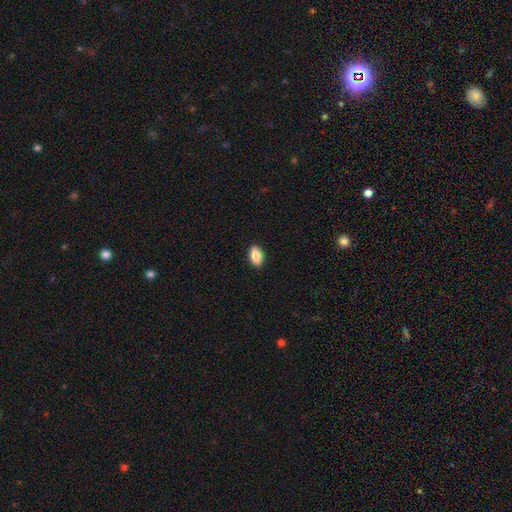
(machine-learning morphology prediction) Smooth or featured? smooth (85%)
How rounded? in between (90%)
Merging? none (90%)